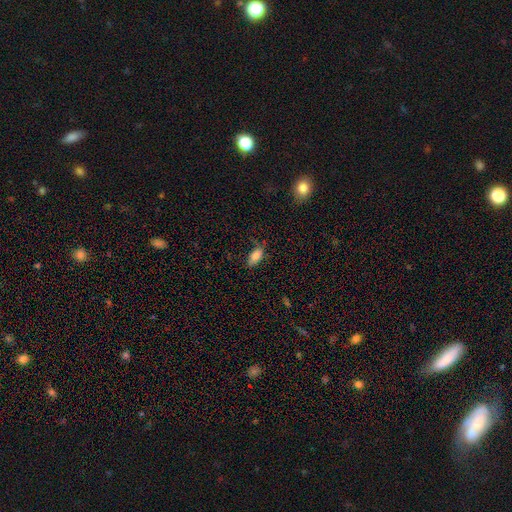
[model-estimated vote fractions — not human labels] smooth-or-featured: smooth: 77% | featured or disk: 14% | star or artifact: 8%
  how-rounded: in between: 84% | cigar-shaped: 13% | round: 3%
  merging: none: 68% | minor disturbance: 23% | major disturbance: 6% | merger: 2%